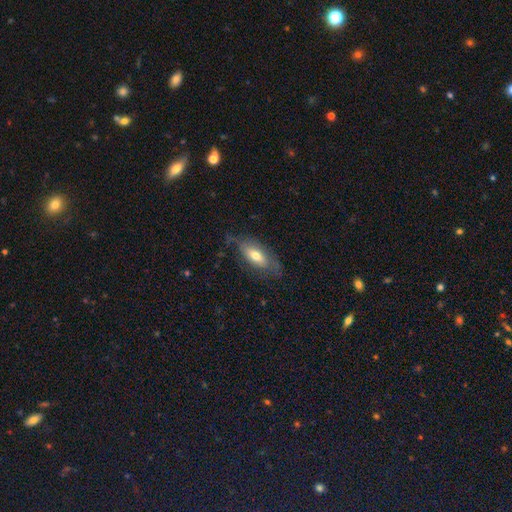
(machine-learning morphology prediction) Q: Smooth or featured?
A: smooth (57%); runner-up: featured or disk (36%)
Q: How rounded?
A: in between (81%); runner-up: cigar-shaped (16%)
Q: Merging?
A: none (63%); runner-up: minor disturbance (25%)